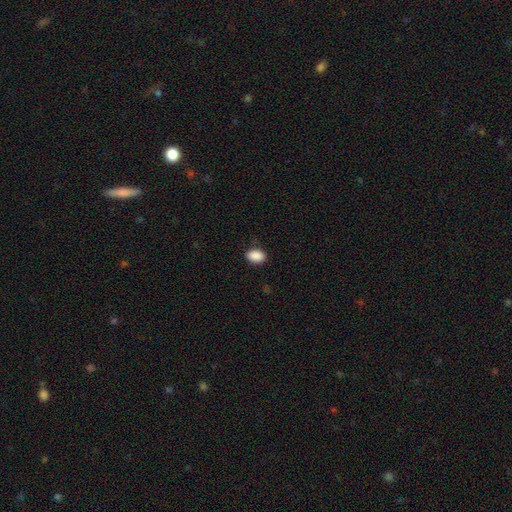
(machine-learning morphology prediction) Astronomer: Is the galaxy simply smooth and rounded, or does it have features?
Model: smooth — 90%.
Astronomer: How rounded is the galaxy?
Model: in between — 84%.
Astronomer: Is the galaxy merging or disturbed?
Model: none — 85%.